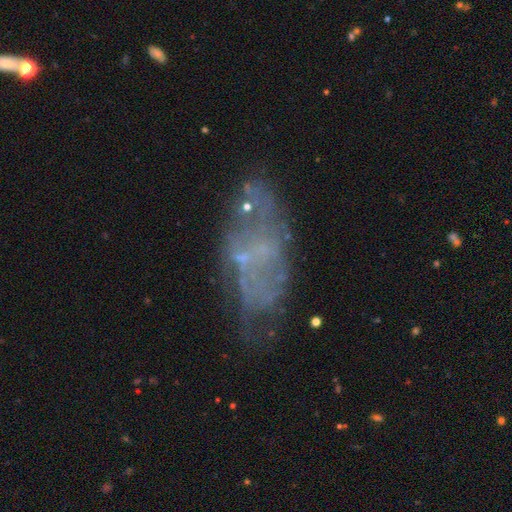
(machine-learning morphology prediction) Smooth or featured? Predicted: featured or disk (p=0.57). Edge-on disk? Predicted: no (p=0.93). Bar? Predicted: no (p=0.83). Spiral arms? Predicted: no (p=0.82). Bulge size? Predicted: none (p=0.64). Merging? Predicted: none (p=0.55).